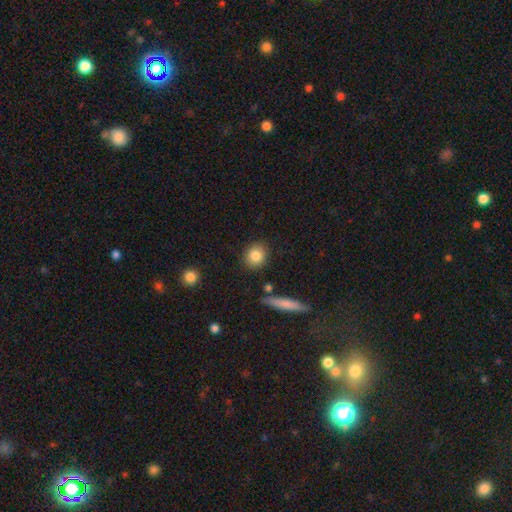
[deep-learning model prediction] The model was most divided on "how rounded": round: 81%, in between: 17%, cigar-shaped: 2%. More confident: merging — none (87%); smooth or featured — smooth (83%).